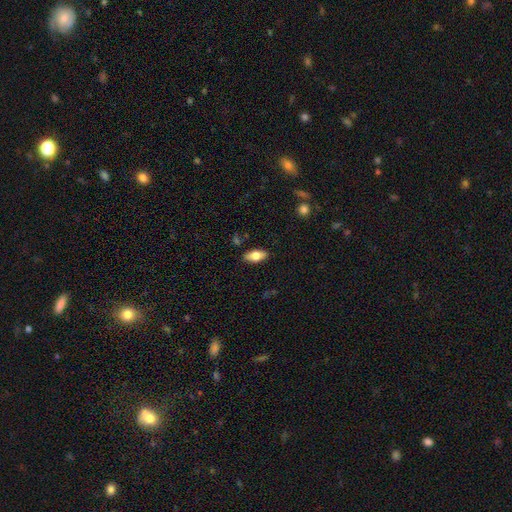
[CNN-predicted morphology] Smooth or featured? Predicted: smooth (p=0.72). How rounded? Predicted: in between (p=0.88). Merging? Predicted: none (p=0.86).